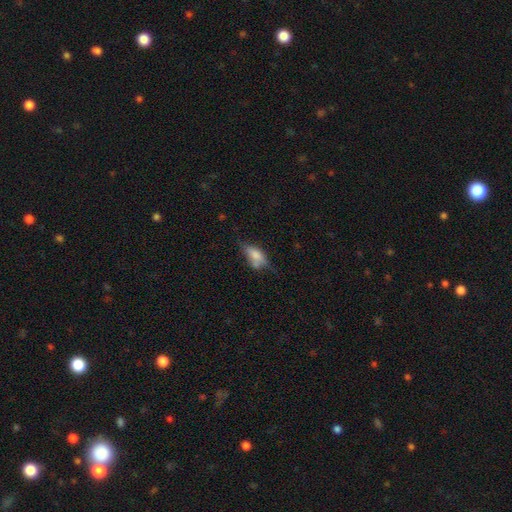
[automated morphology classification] Overall: smooth (66%). How rounded: in between (80%). Merging: none (40%; minor disturbance 30%).